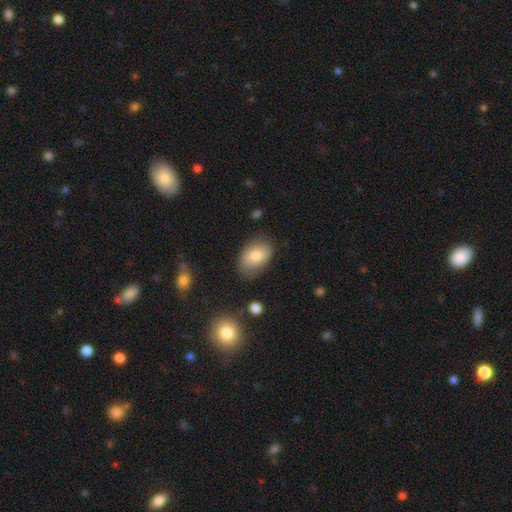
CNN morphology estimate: A smooth galaxy with no disk features (76%) that is in between round and cigar-shaped (85%).

Vote fractions:
- Smooth or featured? smooth: 76% / featured or disk: 16% / star or artifact: 8%
- How rounded? in between: 85% / round: 14% / cigar-shaped: 1%
- Merging? none: 69% / minor disturbance: 22% / major disturbance: 6% / merger: 2%